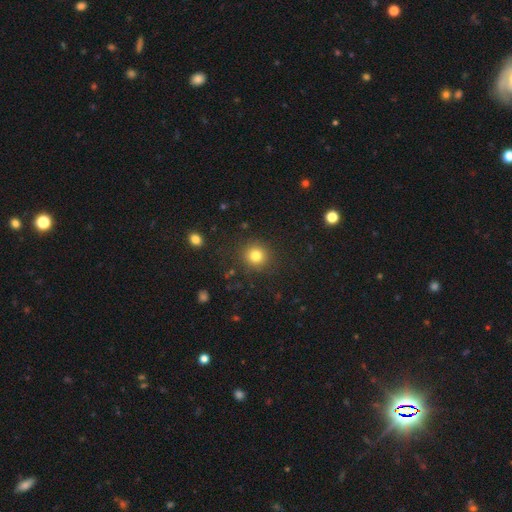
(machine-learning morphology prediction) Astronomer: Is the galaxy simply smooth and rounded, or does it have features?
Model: smooth — 80%.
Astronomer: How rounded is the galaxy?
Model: round — 91%.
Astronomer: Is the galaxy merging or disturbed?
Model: none — 88%.